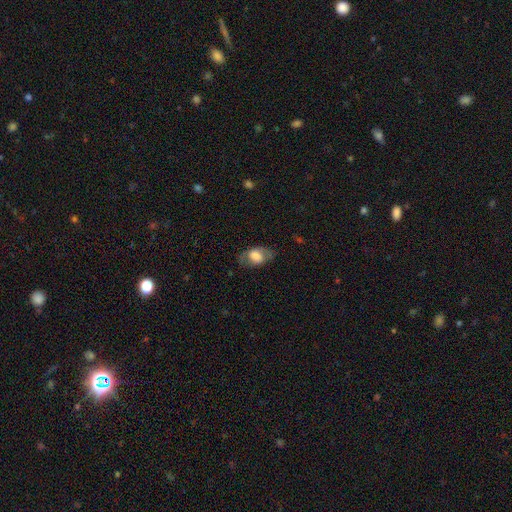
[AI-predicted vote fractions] smooth-or-featured: smooth: 59% | featured or disk: 33% | star or artifact: 8%
  how-rounded: in between: 83% | round: 15% | cigar-shaped: 2%
  merging: none: 68% | minor disturbance: 20% | major disturbance: 11% | merger: 1%